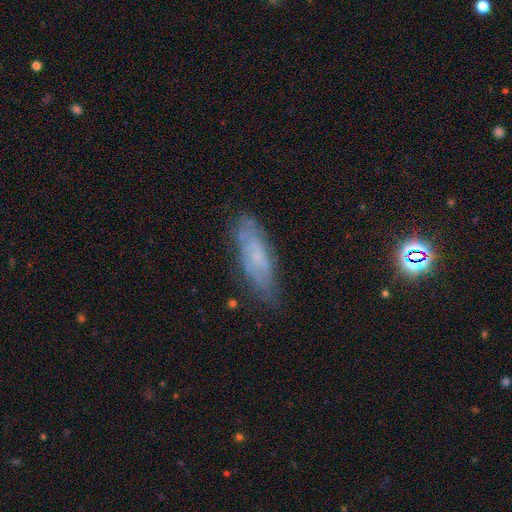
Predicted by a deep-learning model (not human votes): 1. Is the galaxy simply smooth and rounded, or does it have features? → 53% featured or disk, 38% smooth, 10% star or artifact.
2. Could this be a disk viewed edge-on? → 74% no, 26% yes.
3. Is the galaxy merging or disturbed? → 72% none, 20% minor disturbance, 6% major disturbance, 2% merger.